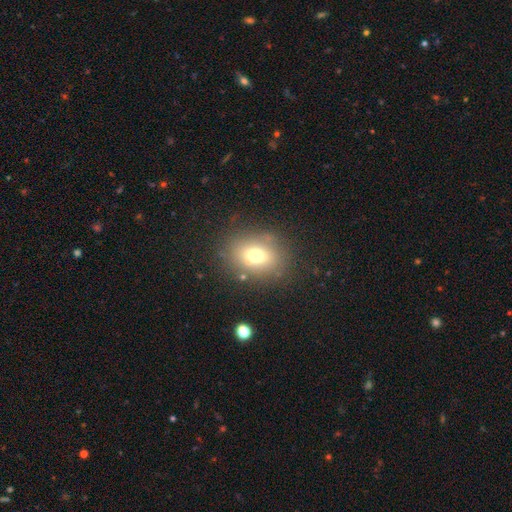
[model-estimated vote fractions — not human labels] Smooth or featured? smooth (68%)
How rounded? in between (52%)
Merging? none (77%)